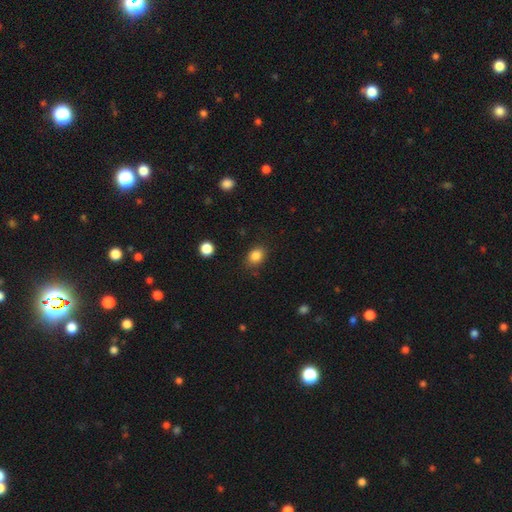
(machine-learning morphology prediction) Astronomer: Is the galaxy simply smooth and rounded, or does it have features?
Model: smooth — 85%.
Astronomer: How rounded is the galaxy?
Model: in between — 61% (runner-up: round, 38%).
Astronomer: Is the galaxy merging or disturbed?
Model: none — 81%.